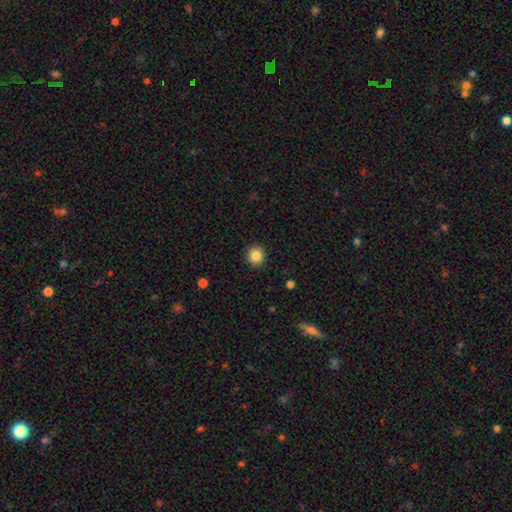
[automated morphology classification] This appears to be a smooth galaxy with no disk features (86%) that is round (86%). Merging: none (92%).